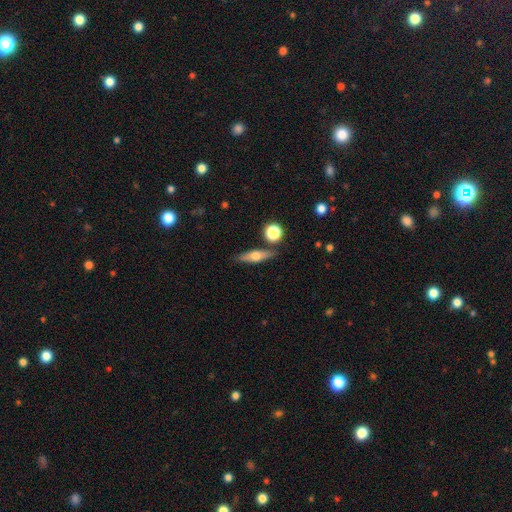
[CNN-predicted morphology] Smooth or featured: smooth — 47% (featured or disk — 45%)
Merging: none — 82% (minor disturbance — 10%)